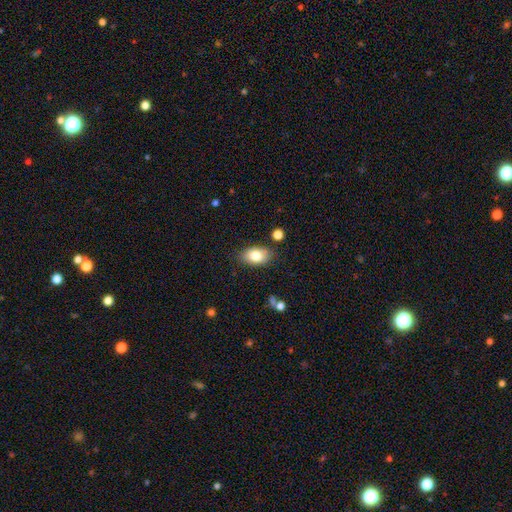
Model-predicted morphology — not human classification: A smooth galaxy with no disk features (81%) that is in between round and cigar-shaped (90%). Merging: none (83%).